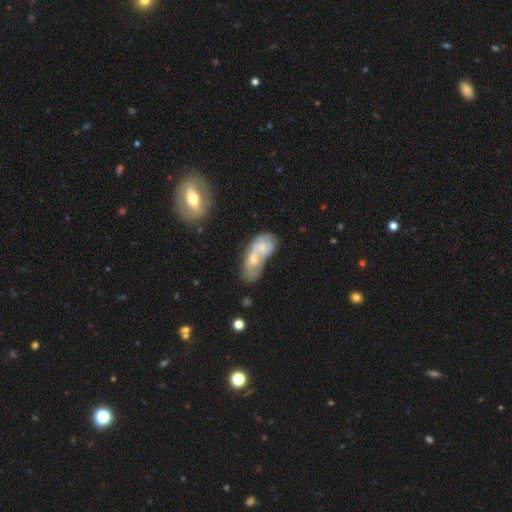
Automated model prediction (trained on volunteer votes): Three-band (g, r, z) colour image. It shows a smooth galaxy with no disk features (46%). Merging: merger (60%).